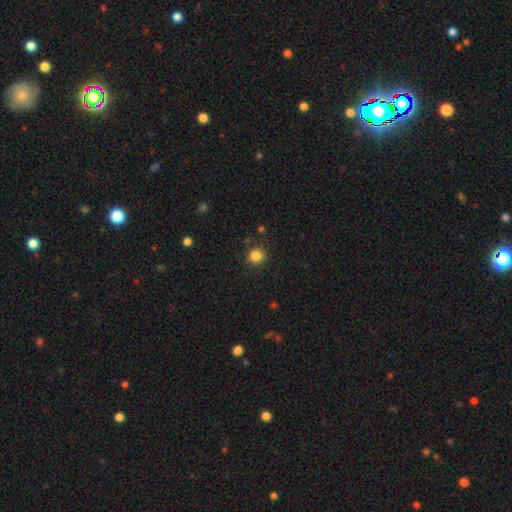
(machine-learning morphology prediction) smooth 84%, star or artifact 12%, featured or disk 4%. Down the decision tree: how rounded — round (88%); merging — none (88%).